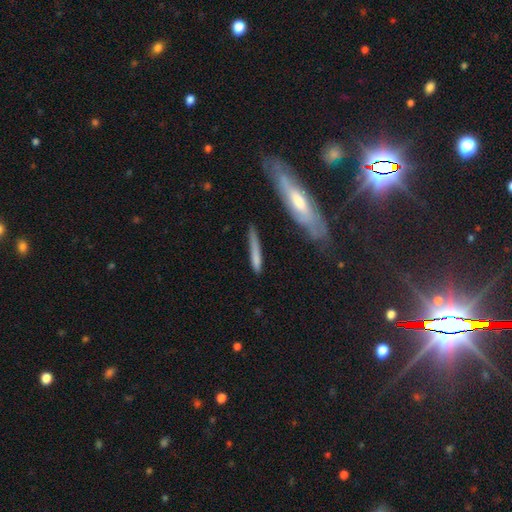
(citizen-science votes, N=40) Q: Smooth or featured?
A: smooth (62%); runner-up: featured or disk (32%)
Q: How rounded?
A: cigar-shaped (96%); runner-up: round (4%)
Q: Merging?
A: none (53%); runner-up: minor disturbance (34%)